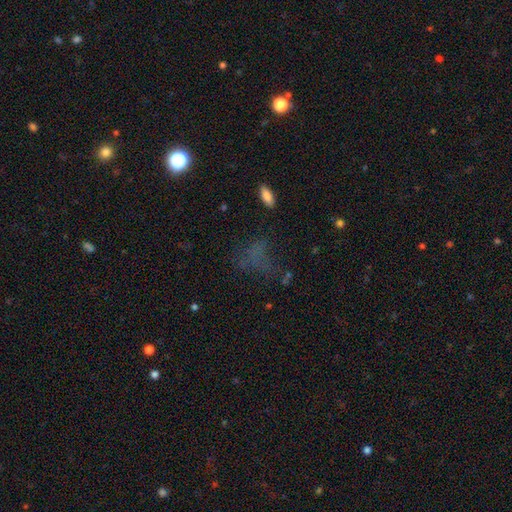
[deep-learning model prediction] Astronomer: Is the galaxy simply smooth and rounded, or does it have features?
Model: smooth — 46% (runner-up: star or artifact, 32%).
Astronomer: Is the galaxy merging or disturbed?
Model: none — 45% (runner-up: major disturbance, 31%).